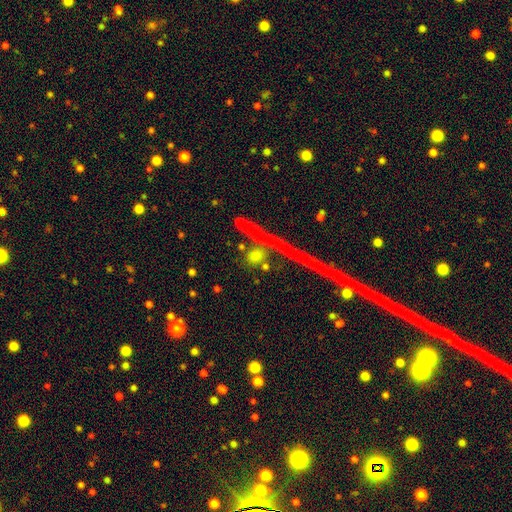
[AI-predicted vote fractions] This is possibly a smooth galaxy (50%). How rounded: clearly round (81%). Merging: likely none (69%).